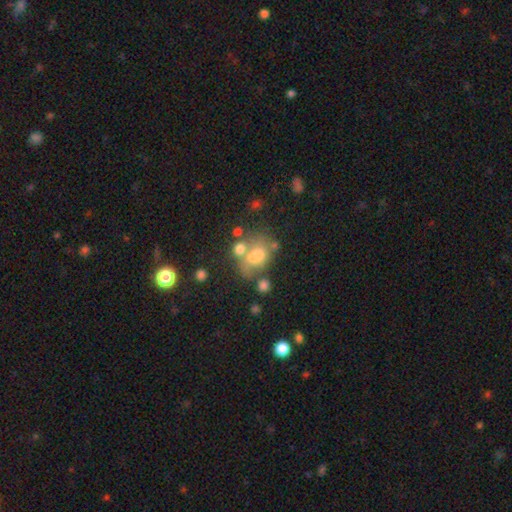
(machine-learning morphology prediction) Smooth or featured? smooth (58%)
How rounded? in between (62%)
Merging? none (35%)